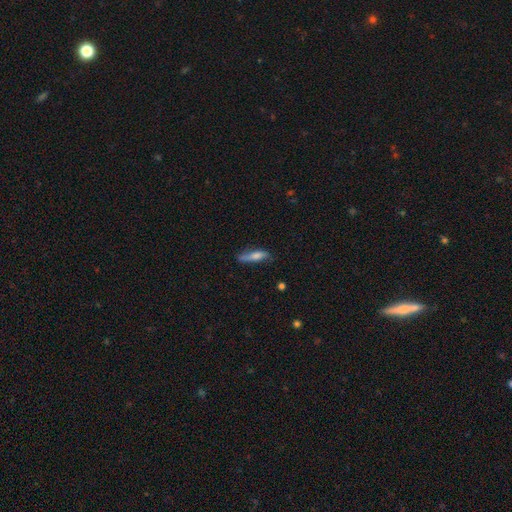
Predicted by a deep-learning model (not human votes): This is likely a smooth galaxy (63%). How rounded: likely cigar-shaped (70%). Merging: likely none (63%).